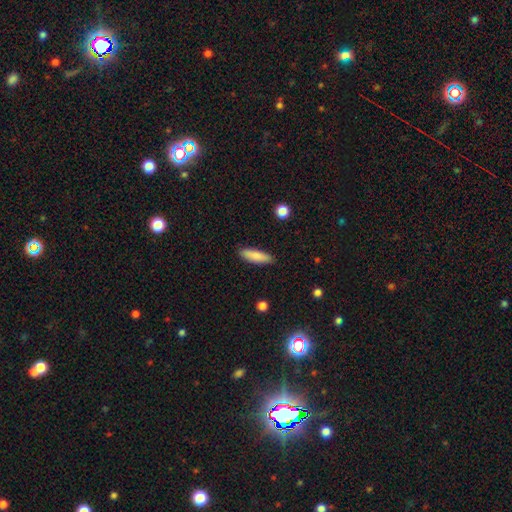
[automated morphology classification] The model was most divided on "how rounded": cigar-shaped: 59%, in between: 39%, round: 2%. More confident: merging — none (89%); smooth or featured — smooth (84%).